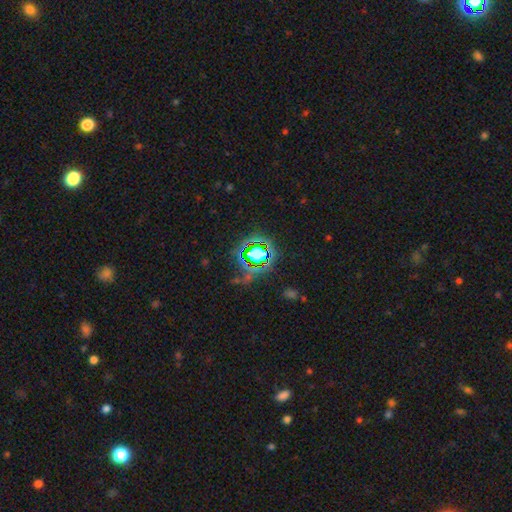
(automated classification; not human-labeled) smooth-or-featured: star or artifact: 70% | smooth: 18% | featured or disk: 12%